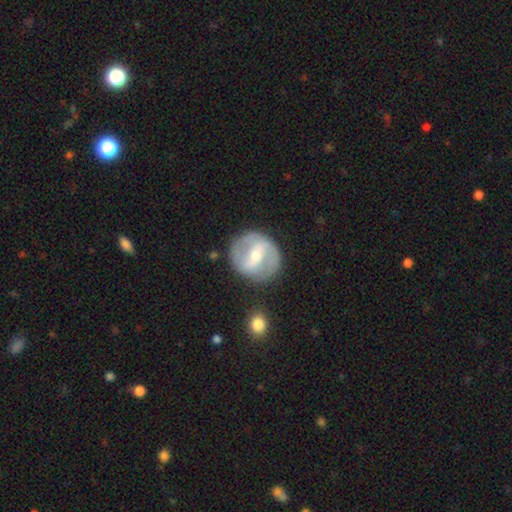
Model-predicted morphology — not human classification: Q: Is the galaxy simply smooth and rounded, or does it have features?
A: featured or disk — 74%.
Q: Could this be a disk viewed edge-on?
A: no — 96%.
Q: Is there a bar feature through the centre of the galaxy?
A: strong — 50%.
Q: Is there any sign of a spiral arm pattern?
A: yes — 69%.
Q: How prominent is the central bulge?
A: moderate — 58%.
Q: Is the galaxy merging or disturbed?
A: none — 81%.